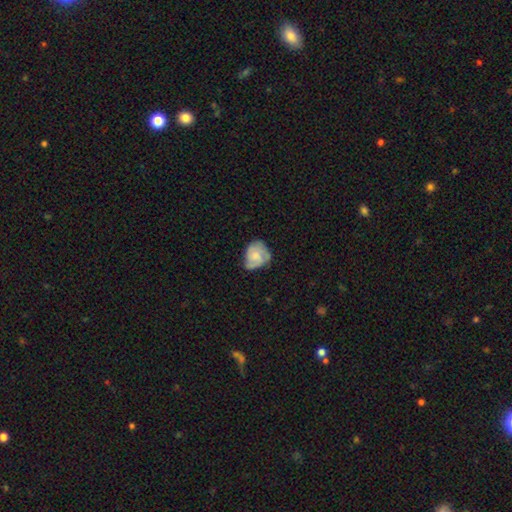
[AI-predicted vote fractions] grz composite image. It shows a smooth galaxy with no disk features (47%). Merging: none (47%).